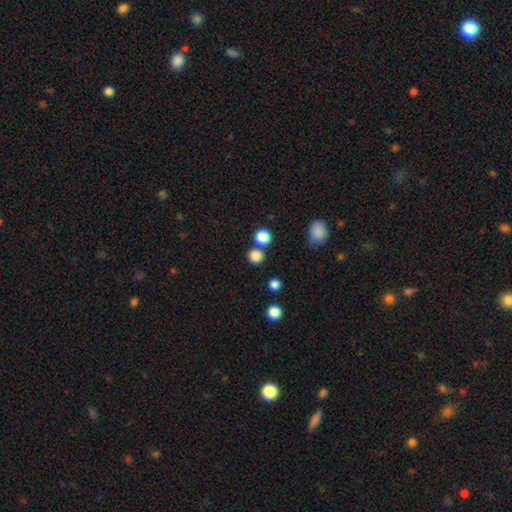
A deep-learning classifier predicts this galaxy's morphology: Smooth or featured? Predicted: smooth (p=0.83). How rounded? Predicted: round (p=0.92). Merging? Predicted: none (p=0.75).